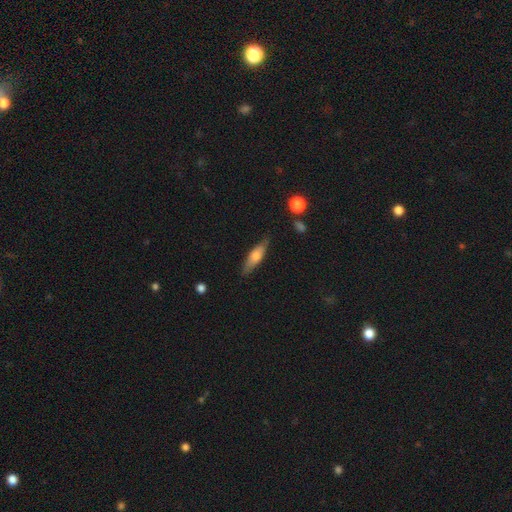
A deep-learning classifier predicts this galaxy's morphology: smooth 55%, featured or disk 39%, star or artifact 6%. Down the decision tree: how rounded — cigar-shaped (59%); merging — none (82%).